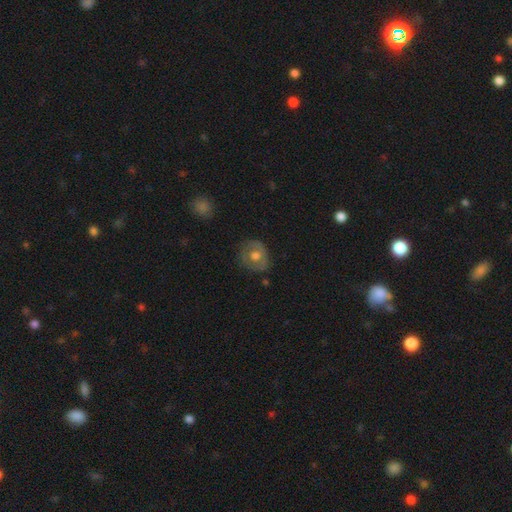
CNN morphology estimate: The model was most divided on "smooth or featured": smooth: 53%, featured or disk: 39%, star or artifact: 8%. More confident: how rounded — round (73%); merging — none (73%).